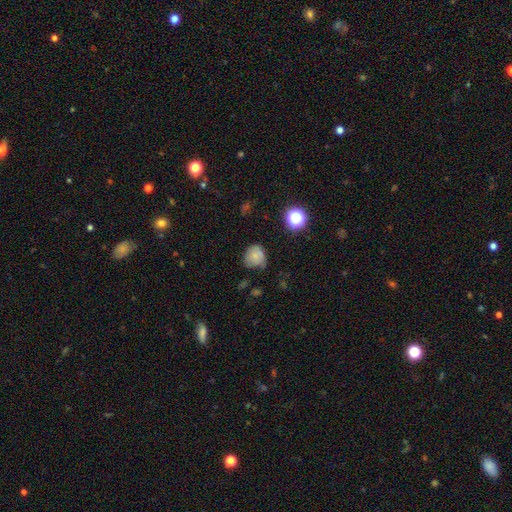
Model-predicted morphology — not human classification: Overall: smooth (68%). How rounded: round (78%). Merging: none (53%; minor disturbance 33%).